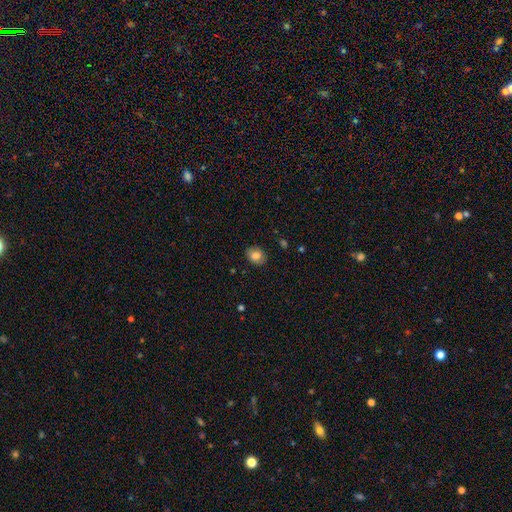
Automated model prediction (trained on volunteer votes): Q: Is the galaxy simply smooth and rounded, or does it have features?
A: smooth — 81%.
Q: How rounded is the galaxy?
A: in between — 51%.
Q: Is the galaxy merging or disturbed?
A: none — 87%.